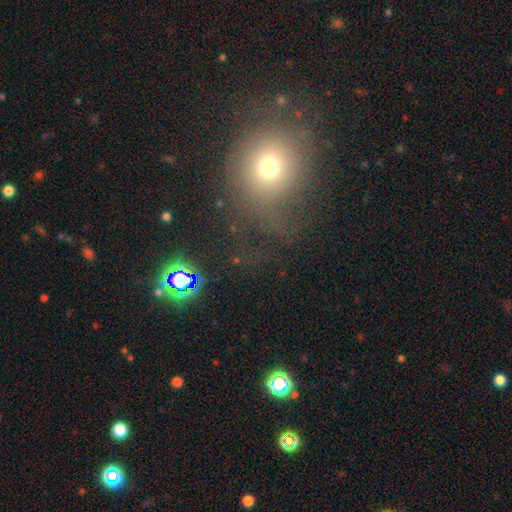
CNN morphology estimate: Smooth or featured?
  - smooth: 53% *
  - star or artifact: 32%
  - featured or disk: 15%
How rounded?
  - round: 75% *
  - in between: 23%
  - cigar-shaped: 2%
Merging?
  - none: 62% *
  - minor disturbance: 19%
  - major disturbance: 15%
  - merger: 4%